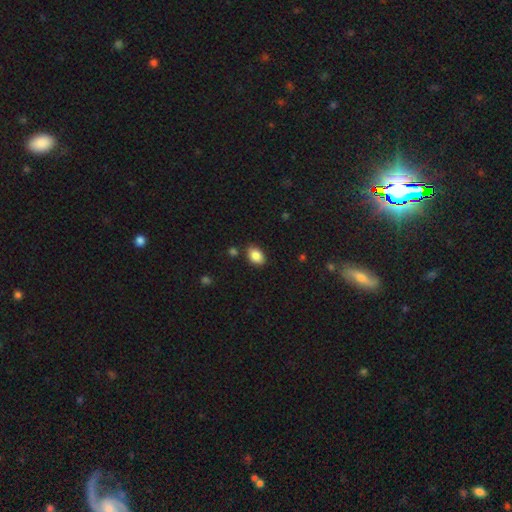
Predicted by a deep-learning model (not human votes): Morphology: type=smooth (87%); roundness=in between (82%); merging=none (82%).